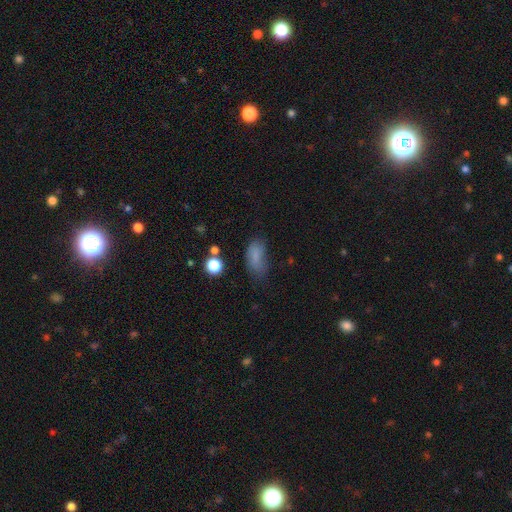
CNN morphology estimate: Overall: smooth (78%). How rounded: in between (88%). Merging: none (50%; minor disturbance 32%).